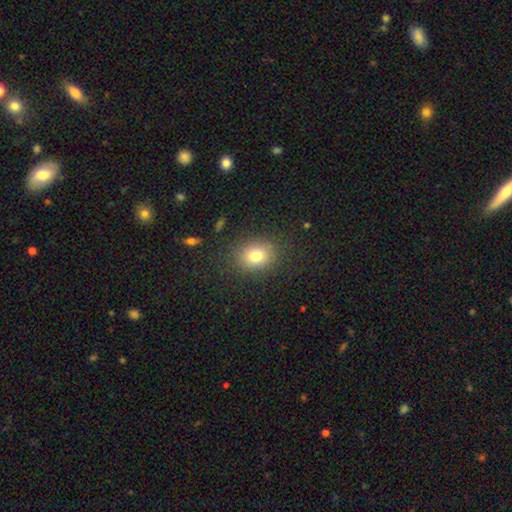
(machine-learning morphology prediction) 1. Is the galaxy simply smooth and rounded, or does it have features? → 78% smooth, 13% star or artifact, 9% featured or disk.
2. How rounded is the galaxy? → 62% round, 38% in between, 1% cigar-shaped.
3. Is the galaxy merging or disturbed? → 85% none, 10% minor disturbance, 4% major disturbance, 1% merger.